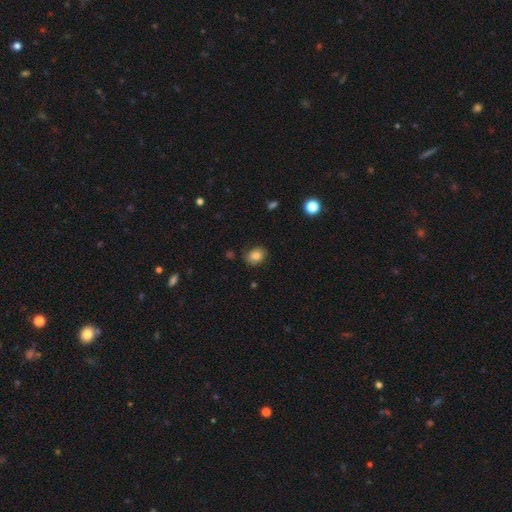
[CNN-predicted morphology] smooth-or-featured: smooth: 83% | star or artifact: 10% | featured or disk: 7%
  how-rounded: in between: 54% | round: 45% | cigar-shaped: 1%
  merging: none: 81% | minor disturbance: 14% | major disturbance: 3% | merger: 2%